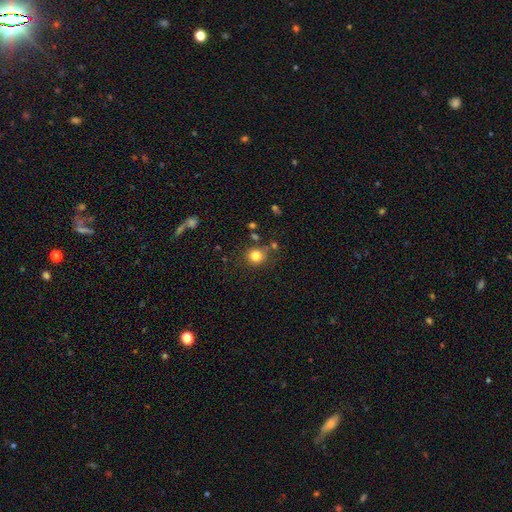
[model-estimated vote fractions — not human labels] Morphology: type=smooth (81%); roundness=round (87%); merging=none (77%).